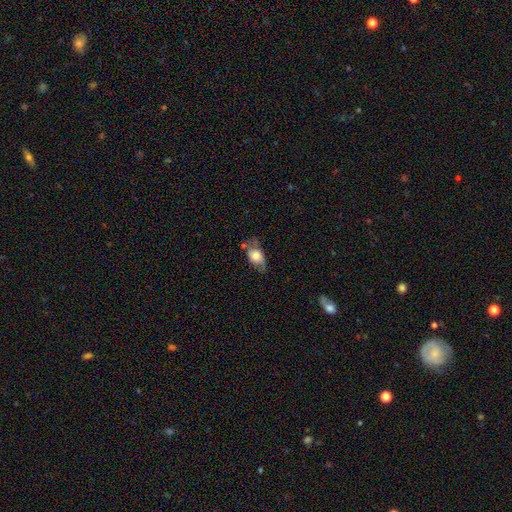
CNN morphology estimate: A smooth galaxy with no disk features (62%) that is in between round and cigar-shaped (81%).

Vote fractions:
- Smooth or featured? smooth: 62% / featured or disk: 30% / star or artifact: 8%
- How rounded? in between: 81% / round: 14% / cigar-shaped: 4%
- Merging? none: 45% / minor disturbance: 32% / major disturbance: 17% / merger: 6%